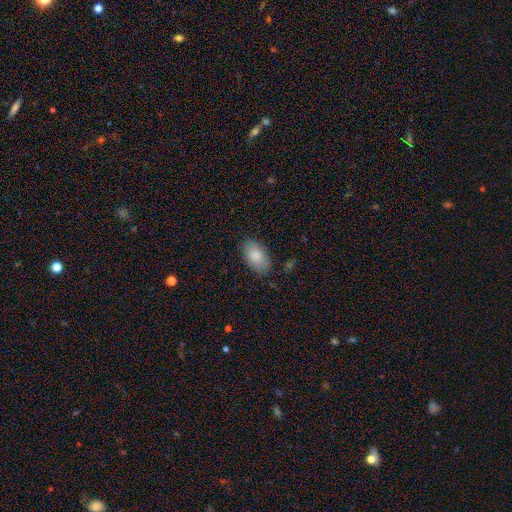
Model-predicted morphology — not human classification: smooth_or_featured: smooth (p=0.86) [alt: featured or disk p=0.08]
how_rounded: in between (p=0.94) [alt: round p=0.05]
merging: none (p=0.82) [alt: minor disturbance p=0.13]